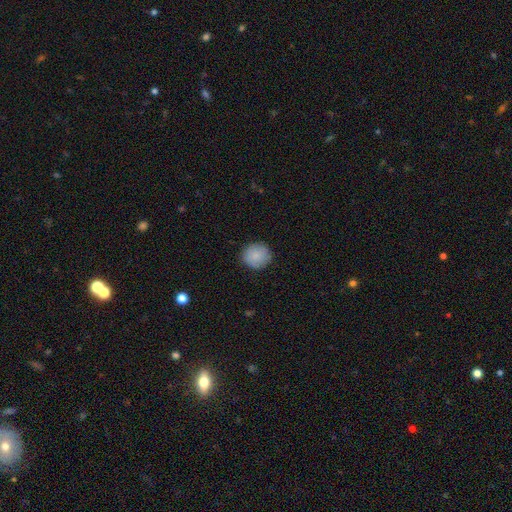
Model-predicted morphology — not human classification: A smooth galaxy with no disk features (86%) that is round (91%).

Vote fractions:
- Smooth or featured? smooth: 86% / featured or disk: 7% / star or artifact: 7%
- How rounded? round: 91% / in between: 8% / cigar-shaped: 1%
- Merging? none: 86% / minor disturbance: 10% / major disturbance: 2% / merger: 1%